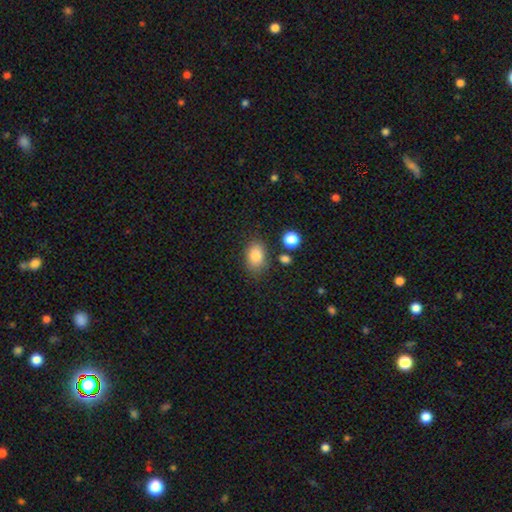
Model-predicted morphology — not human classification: Smooth or featured? smooth (83%)
How rounded? in between (79%)
Merging? none (78%)